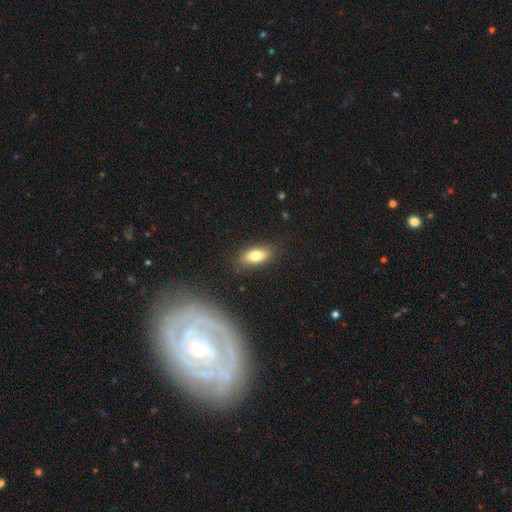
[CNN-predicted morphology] This appears to be a smooth galaxy with no disk features (77%) that is in between round and cigar-shaped (83%). Merging: none (84%).